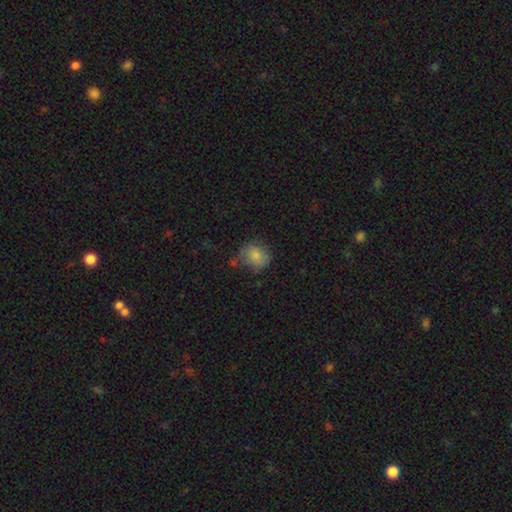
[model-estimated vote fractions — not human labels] The model was most divided on "merging": none: 56%, minor disturbance: 27%, major disturbance: 12%, merger: 5%. More confident: how rounded — round (75%); smooth or featured — smooth (75%).